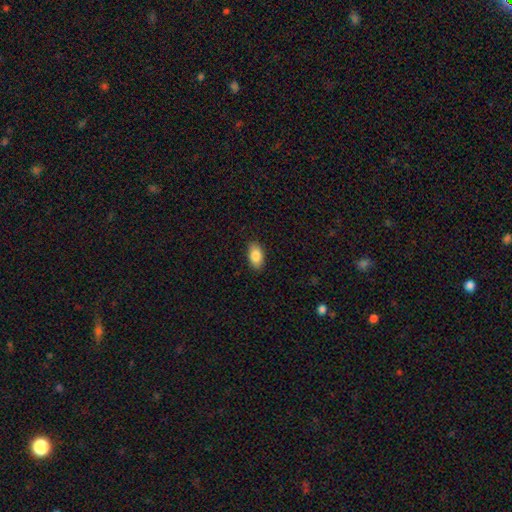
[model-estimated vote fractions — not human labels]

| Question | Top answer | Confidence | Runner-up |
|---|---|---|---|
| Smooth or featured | smooth | 87% | star or artifact (7%) |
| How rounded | in between | 93% | round (4%) |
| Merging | none | 88% | minor disturbance (9%) |